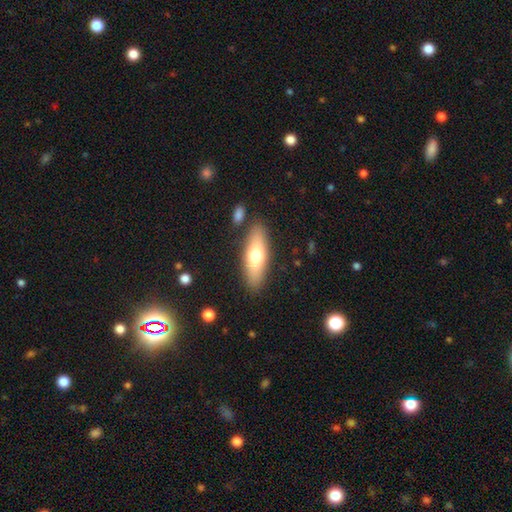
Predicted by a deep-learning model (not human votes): smooth-or-featured: smooth: 66% | featured or disk: 28% | star or artifact: 6%
  how-rounded: in between: 57% | cigar-shaped: 40% | round: 3%
  merging: none: 84% | minor disturbance: 9% | merger: 3% | major disturbance: 3%